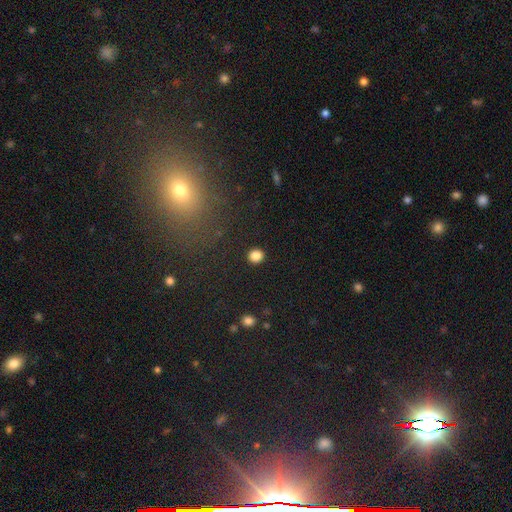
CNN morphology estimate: Q: Smooth or featured?
A: smooth (85%); runner-up: star or artifact (11%)
Q: How rounded?
A: round (87%); runner-up: in between (13%)
Q: Merging?
A: none (92%); runner-up: minor disturbance (5%)